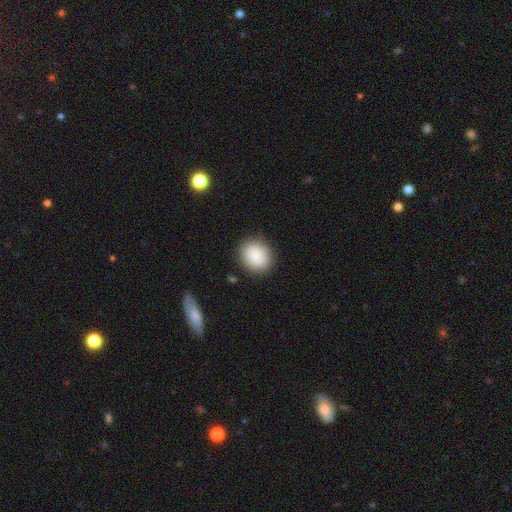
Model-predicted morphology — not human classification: smooth_or_featured: smooth (p=0.86) [alt: star or artifact p=0.07]
how_rounded: round (p=0.69) [alt: in between p=0.30]
merging: none (p=0.87) [alt: minor disturbance p=0.09]